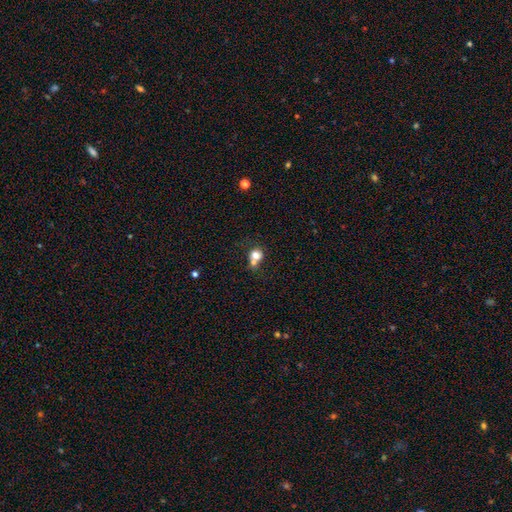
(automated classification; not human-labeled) A smooth galaxy with no disk features (76%) that is round (73%).

Vote fractions:
- Smooth or featured? smooth: 76% / featured or disk: 13% / star or artifact: 11%
- How rounded? round: 73% / in between: 26% / cigar-shaped: 1%
- Merging? merger: 51% / none: 33% / minor disturbance: 10% / major disturbance: 6%